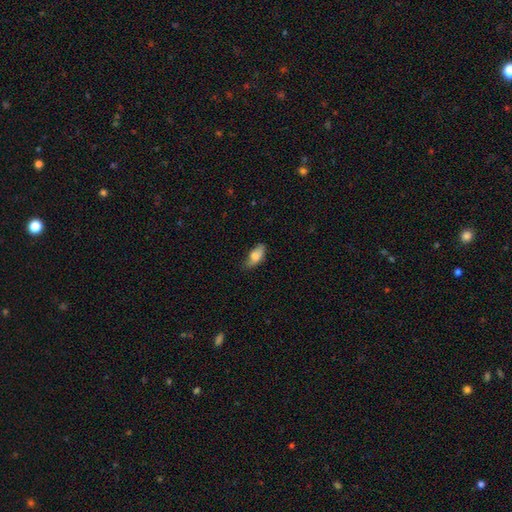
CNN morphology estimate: This is clearly a smooth galaxy (82%). How rounded: clearly in between (85%). Merging: possibly none (59%).